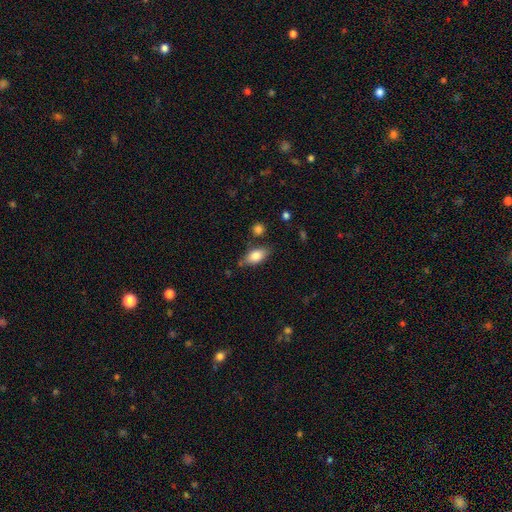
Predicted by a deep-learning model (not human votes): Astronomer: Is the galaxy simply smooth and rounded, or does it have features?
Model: smooth — 81%.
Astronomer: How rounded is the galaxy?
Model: in between — 88%.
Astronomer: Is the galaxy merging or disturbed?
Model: none — 72%.